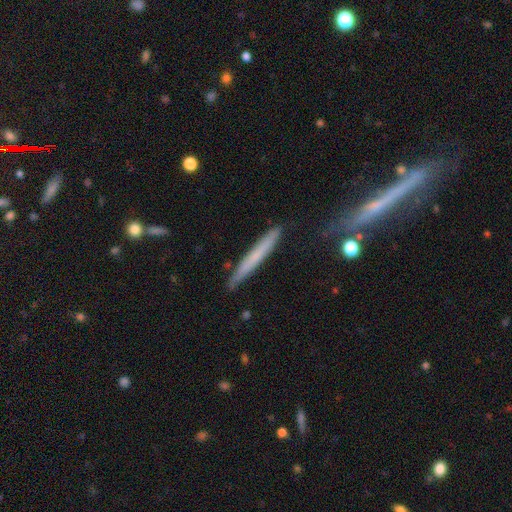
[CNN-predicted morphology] A smooth galaxy with no disk features (57%) that is cigar-shaped (96%).

Vote fractions:
- Smooth or featured? smooth: 57% / featured or disk: 36% / star or artifact: 7%
- How rounded? cigar-shaped: 96% / in between: 2% / round: 1%
- Merging? none: 83% / minor disturbance: 12% / merger: 3% / major disturbance: 2%